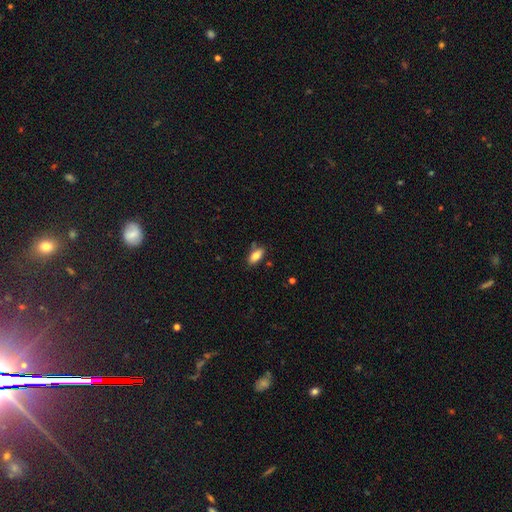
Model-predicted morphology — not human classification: type=smooth (80%); roundness=in between (87%); merging=none (79%).